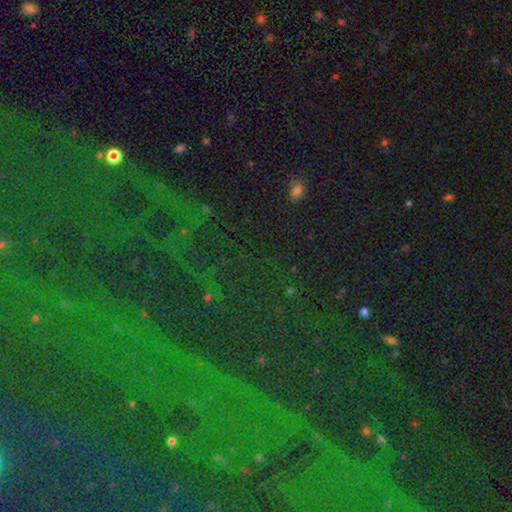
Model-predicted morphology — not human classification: A star or artifact, not a galaxy (82%).